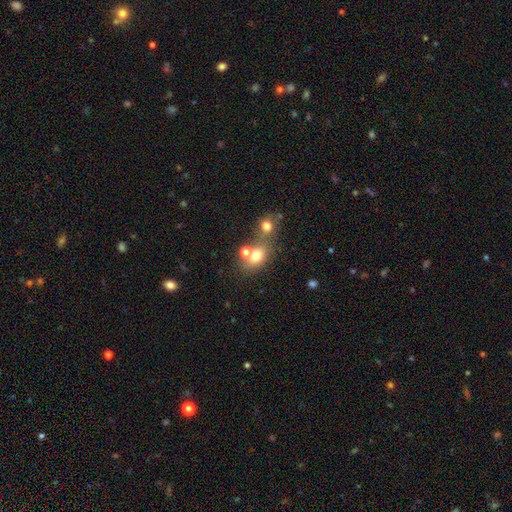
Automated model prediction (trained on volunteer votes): This is likely a smooth galaxy (72%). How rounded: possibly in between (52%). Merging: marginally none (43%).